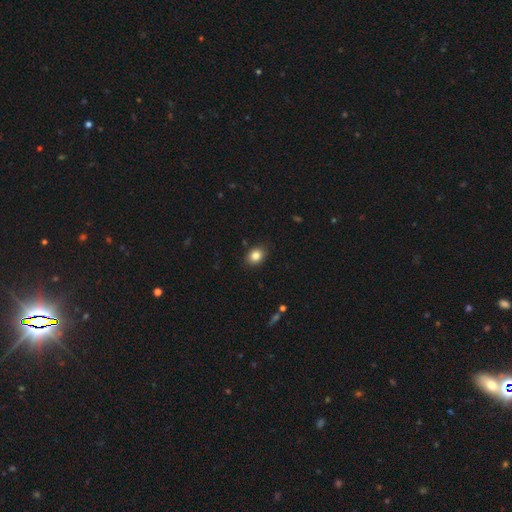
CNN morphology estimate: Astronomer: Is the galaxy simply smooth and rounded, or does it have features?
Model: smooth — 84%.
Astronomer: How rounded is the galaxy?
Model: in between — 59% (runner-up: round, 40%).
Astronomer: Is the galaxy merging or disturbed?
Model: none — 88%.